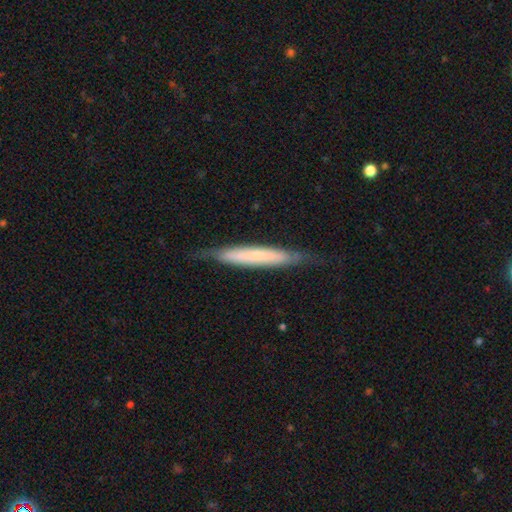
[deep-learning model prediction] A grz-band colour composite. It shows a smooth galaxy with no disk features (48%). Merging: none (77%).